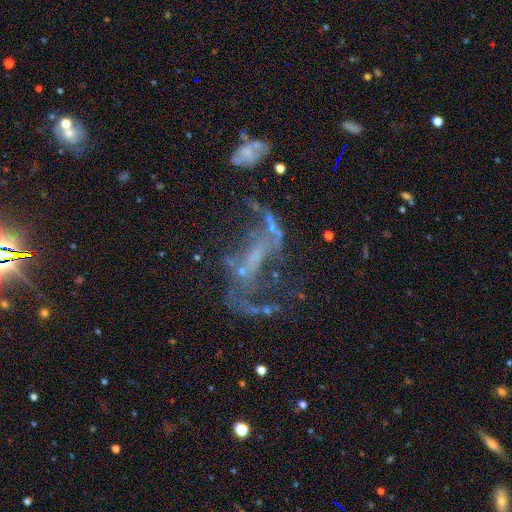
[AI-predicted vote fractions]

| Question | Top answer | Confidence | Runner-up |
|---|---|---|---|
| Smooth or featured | featured or disk | 66% | star or artifact (25%) |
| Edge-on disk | no | 93% | yes (7%) |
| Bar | no | 43% | weak (30%) |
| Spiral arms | yes | 62% | no (38%) |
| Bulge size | none | 52% | small (35%) |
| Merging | major disturbance | 39% | none (33%) |